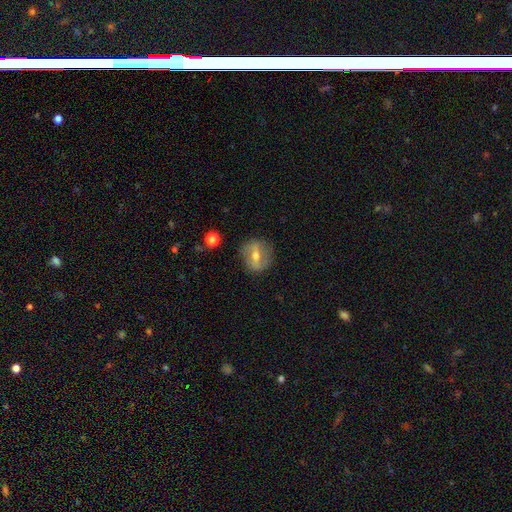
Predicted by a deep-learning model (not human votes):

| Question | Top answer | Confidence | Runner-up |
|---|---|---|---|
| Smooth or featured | featured or disk | 58% | smooth (34%) |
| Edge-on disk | no | 85% | yes (15%) |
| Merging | none | 83% | minor disturbance (12%) |